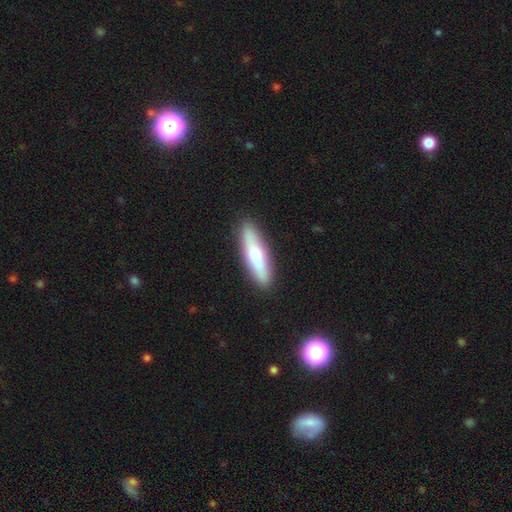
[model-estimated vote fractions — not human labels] Morphology: type=smooth (66%); roundness=cigar-shaped (72%); merging=none (90%).